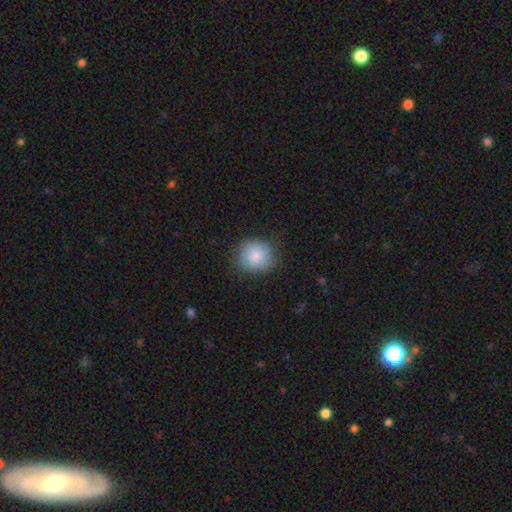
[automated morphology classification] smooth-or-featured: smooth: 84% | featured or disk: 9% | star or artifact: 7%
  how-rounded: round: 87% | in between: 12% | cigar-shaped: 1%
  merging: none: 80% | minor disturbance: 15% | major disturbance: 4% | merger: 1%